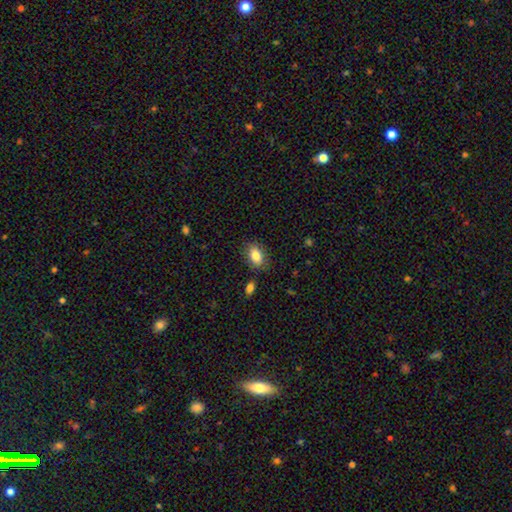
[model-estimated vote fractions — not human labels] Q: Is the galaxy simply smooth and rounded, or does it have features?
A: smooth — 83%.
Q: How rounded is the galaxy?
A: in between — 87%.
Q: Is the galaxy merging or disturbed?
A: none — 82%.